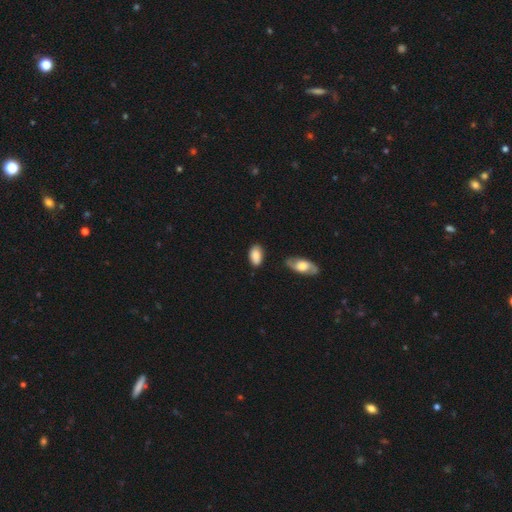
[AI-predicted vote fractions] Smooth or featured? smooth (85%)
How rounded? in between (93%)
Merging? none (77%)